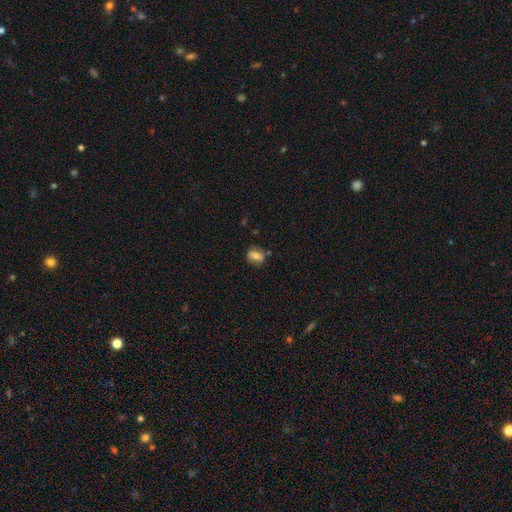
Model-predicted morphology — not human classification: type=smooth (67%); roundness=in between (55%); merging=none (73%).